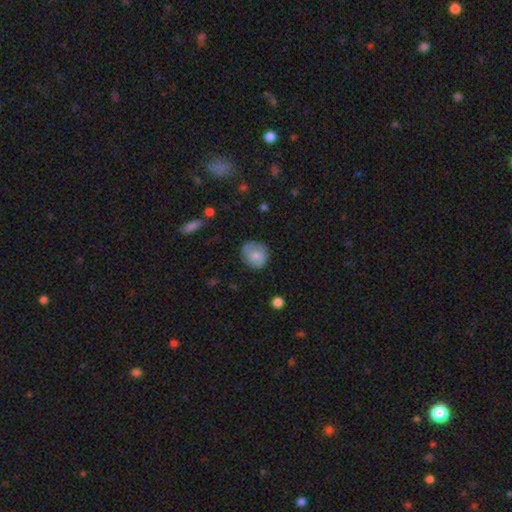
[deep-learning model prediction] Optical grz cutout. It shows a smooth galaxy with no disk features (66%) that is round (74%). Merging: none (73%).